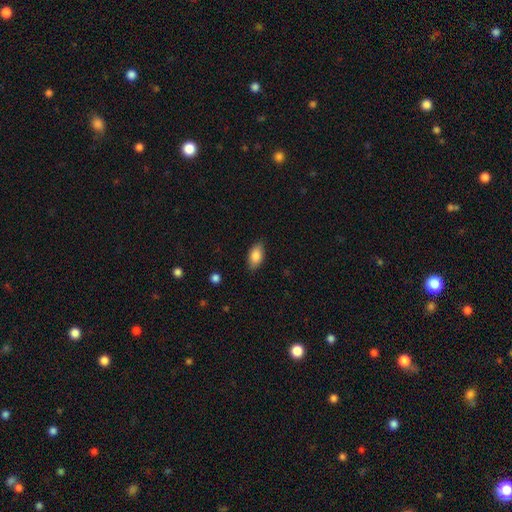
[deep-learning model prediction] smooth-or-featured: smooth: 84% | featured or disk: 9% | star or artifact: 7%
  how-rounded: in between: 92% | round: 4% | cigar-shaped: 4%
  merging: none: 83% | minor disturbance: 13% | major disturbance: 3% | merger: 1%